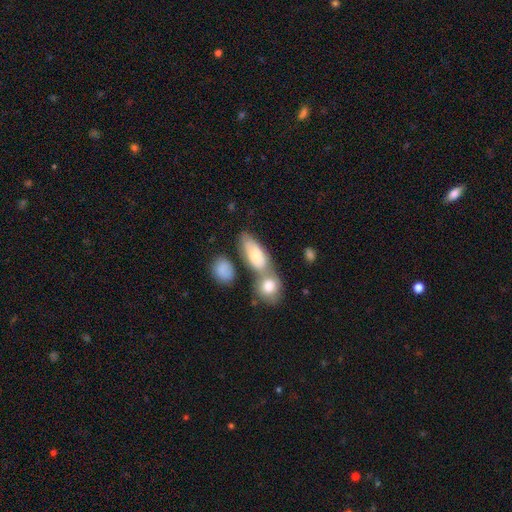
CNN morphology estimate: smooth-or-featured: smooth: 68% | featured or disk: 25% | star or artifact: 7%
  how-rounded: in between: 81% | cigar-shaped: 10% | round: 9%
  merging: merger: 44% | none: 38% | minor disturbance: 13% | major disturbance: 5%